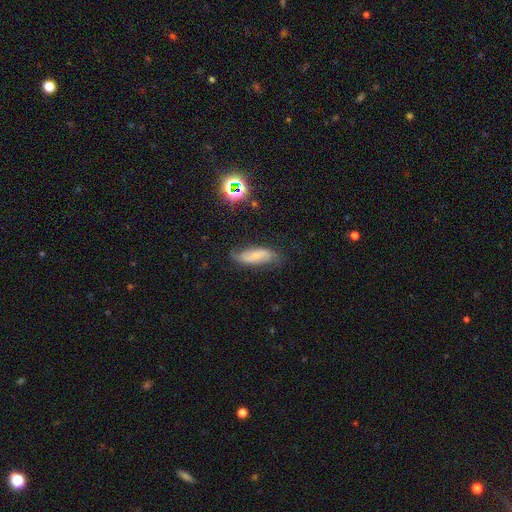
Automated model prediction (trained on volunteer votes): Smooth or featured?
  - featured or disk: 53% *
  - smooth: 36%
  - star or artifact: 11%
Edge-on disk?
  - no: 85% *
  - yes: 15%
Merging?
  - none: 65% *
  - minor disturbance: 24%
  - major disturbance: 9%
  - merger: 2%